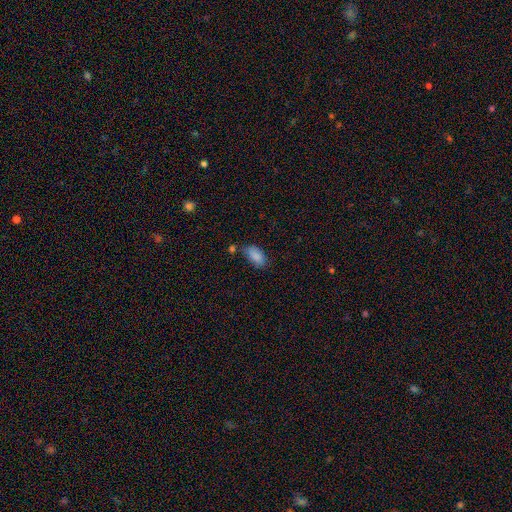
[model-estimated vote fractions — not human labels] Smooth or featured: smooth — 87% (star or artifact — 8%)
How rounded: in between — 93% (round — 4%)
Merging: none — 63% (minor disturbance — 22%)